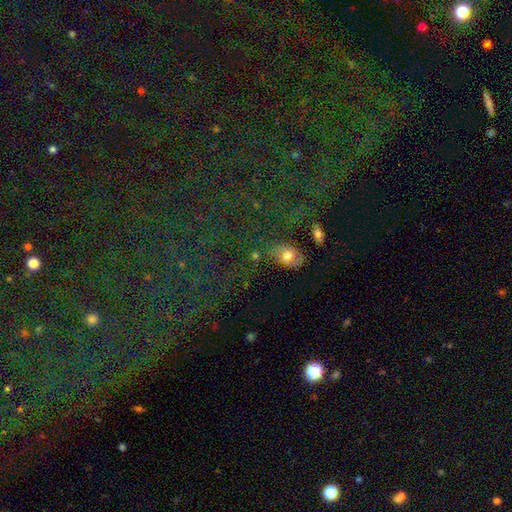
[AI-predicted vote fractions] Smooth or featured? smooth (54%)
How rounded? in between (72%)
Merging? none (72%)